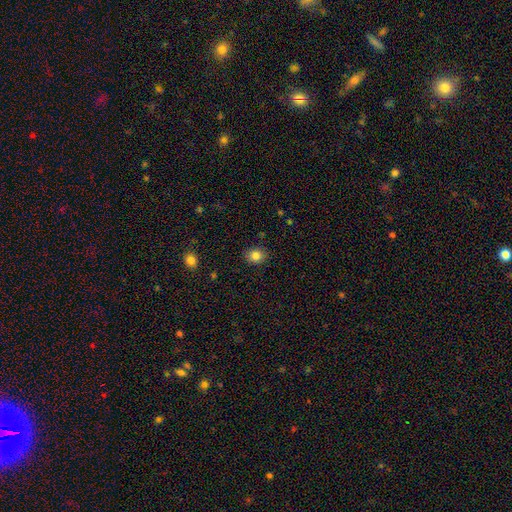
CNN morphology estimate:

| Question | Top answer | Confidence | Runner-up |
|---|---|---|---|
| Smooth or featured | smooth | 83% | star or artifact (10%) |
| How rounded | round | 66% | in between (33%) |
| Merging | none | 89% | minor disturbance (8%) |